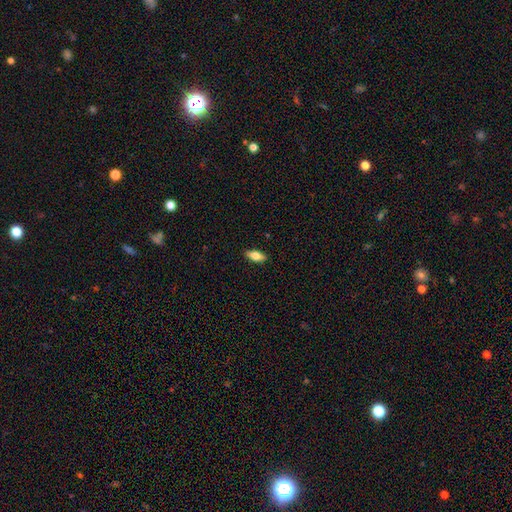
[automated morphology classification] The model was most divided on "smooth or featured": smooth: 70%, featured or disk: 23%, star or artifact: 7%. More confident: merging — none (89%); how rounded — in between (81%).